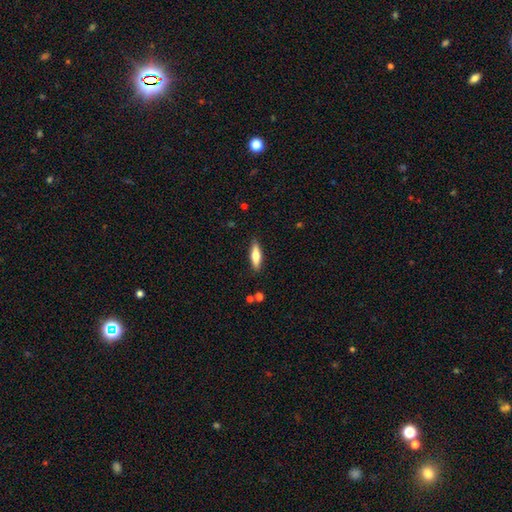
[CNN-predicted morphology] Overall: smooth (68%). How rounded: cigar-shaped (57%; in between 41%). Merging: none (87%).